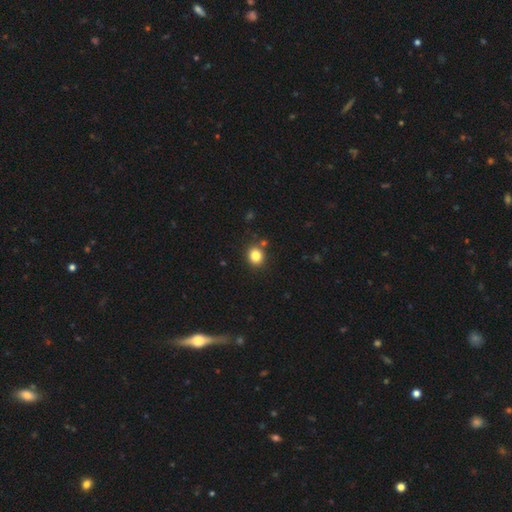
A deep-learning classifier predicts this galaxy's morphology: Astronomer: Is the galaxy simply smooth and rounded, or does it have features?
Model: smooth — 83%.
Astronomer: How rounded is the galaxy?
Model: round — 76%.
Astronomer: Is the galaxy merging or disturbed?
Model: none — 84%.